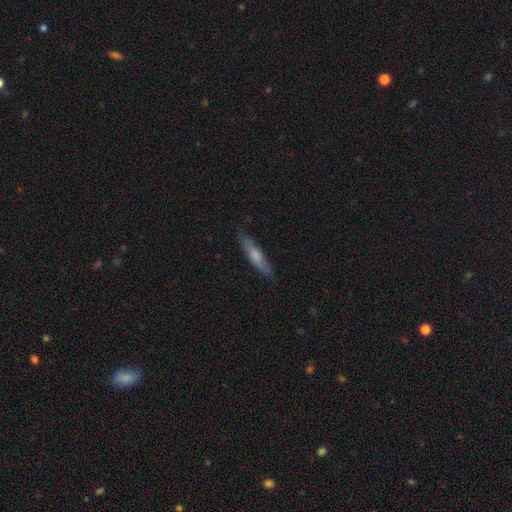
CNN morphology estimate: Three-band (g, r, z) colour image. It shows a smooth galaxy with no disk features (60%) that is cigar-shaped (83%). Merging: none (83%).